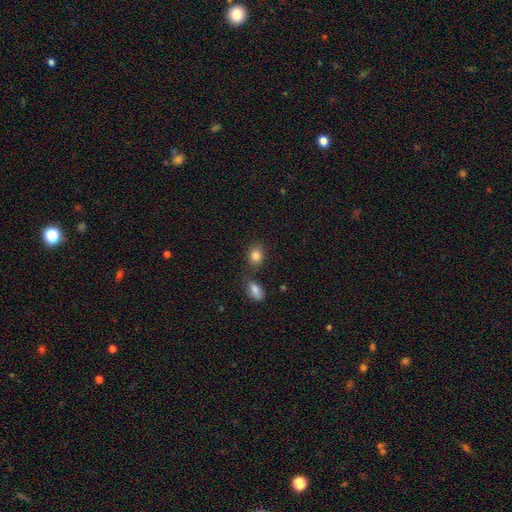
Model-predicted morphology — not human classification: Smooth or featured: smooth — 84% (star or artifact — 10%)
How rounded: in between — 50% (round — 49%)
Merging: none — 70% (merger — 15%)